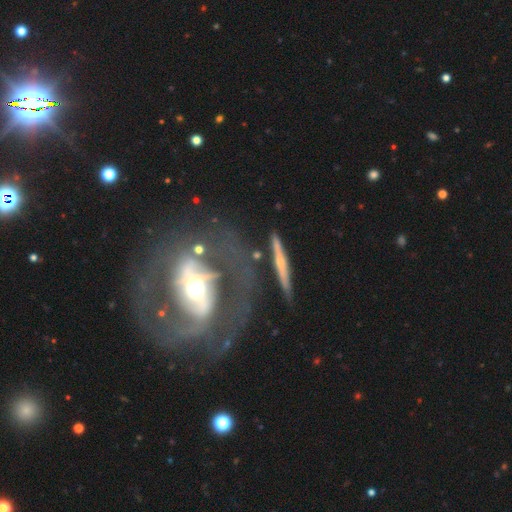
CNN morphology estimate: The model was most divided on "edge-on disk": yes: 66%, no: 34%. More confident: smooth or featured — featured or disk (68%); merging — none (64%).